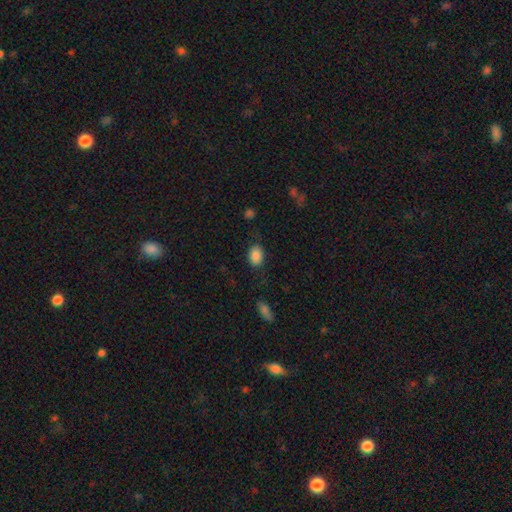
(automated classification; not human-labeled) smooth-or-featured: smooth: 87% | star or artifact: 9% | featured or disk: 5%
  how-rounded: in between: 73% | round: 26% | cigar-shaped: 1%
  merging: none: 78% | minor disturbance: 15% | major disturbance: 5% | merger: 2%